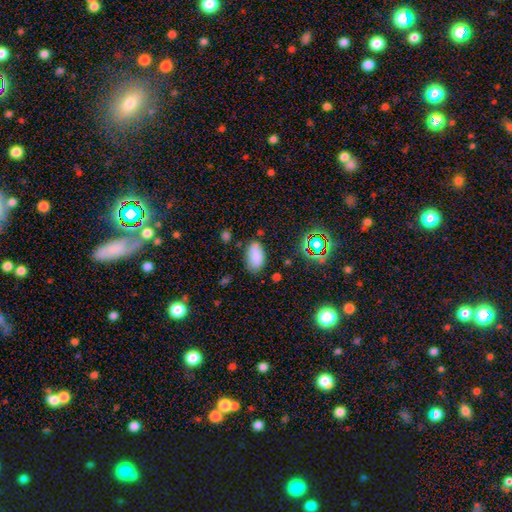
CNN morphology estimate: This appears to be a smooth galaxy with no disk features (82%) that is in between round and cigar-shaped (93%). Merging: none (74%).